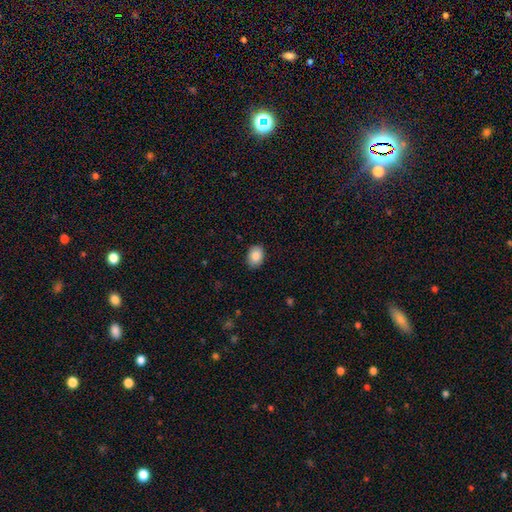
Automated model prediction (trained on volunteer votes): Overall: smooth (88%). How rounded: in between (70%). Merging: none (88%).